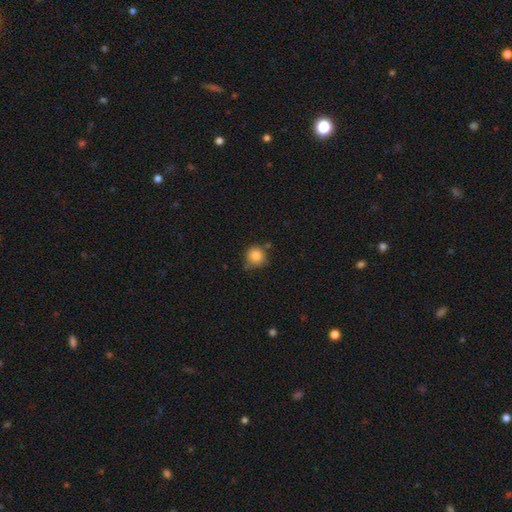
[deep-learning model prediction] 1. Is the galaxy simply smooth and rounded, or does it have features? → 84% smooth, 10% star or artifact, 6% featured or disk.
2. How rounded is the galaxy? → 91% round, 8% in between, 1% cigar-shaped.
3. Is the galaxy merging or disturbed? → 65% none, 22% minor disturbance, 7% merger, 5% major disturbance.